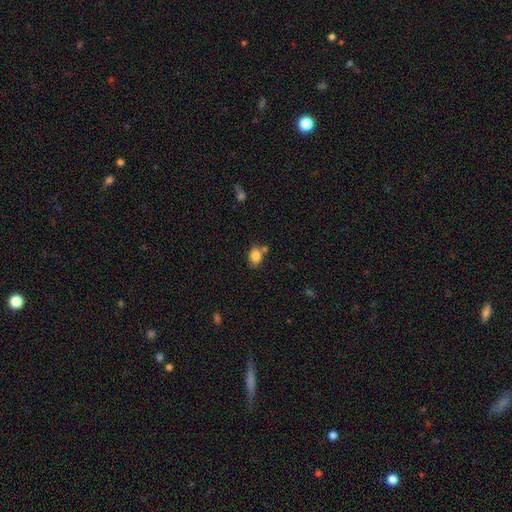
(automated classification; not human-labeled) Smooth or featured: smooth — 85% (star or artifact — 9%)
How rounded: in between — 64% (round — 35%)
Merging: none — 62% (merger — 19%)